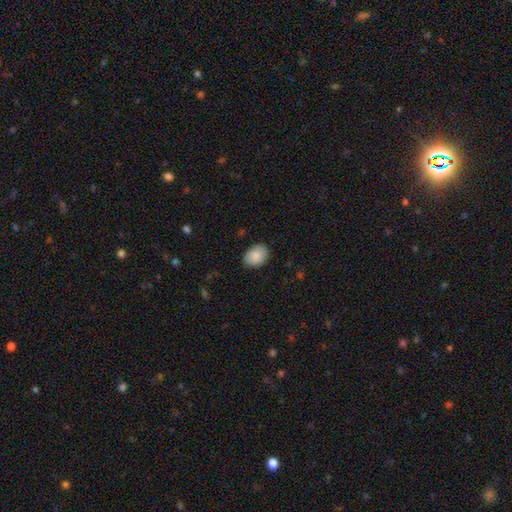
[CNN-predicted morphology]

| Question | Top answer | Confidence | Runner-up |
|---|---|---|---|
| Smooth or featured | smooth | 87% | featured or disk (6%) |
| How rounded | in between | 73% | round (26%) |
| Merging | none | 84% | minor disturbance (13%) |